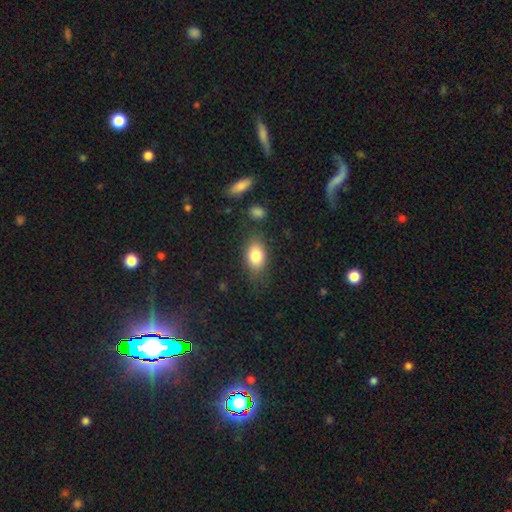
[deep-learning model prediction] smooth 82%, featured or disk 11%, star or artifact 8%. Down the decision tree: how rounded — in between (85%); merging — none (77%).